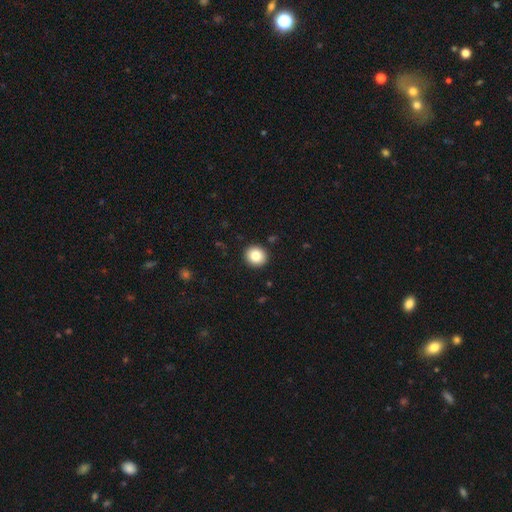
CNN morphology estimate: smooth 83%, star or artifact 9%, featured or disk 8%. Down the decision tree: how rounded — round (88%); merging — none (92%).